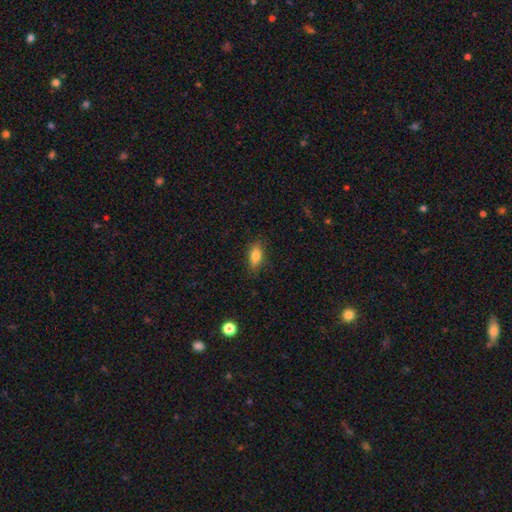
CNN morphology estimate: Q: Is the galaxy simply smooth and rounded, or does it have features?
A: smooth — 74%.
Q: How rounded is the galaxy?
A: in between — 74%.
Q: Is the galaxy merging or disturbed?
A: none — 83%.